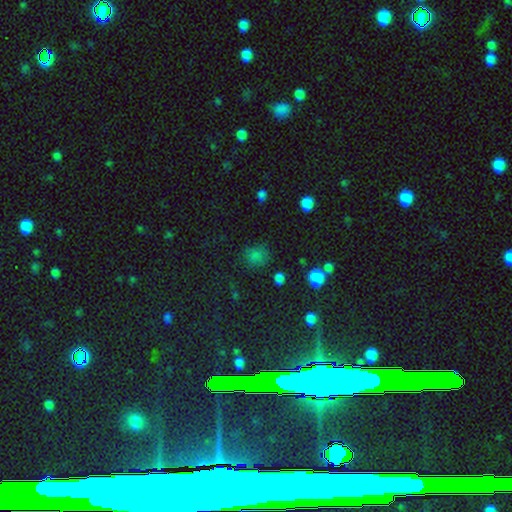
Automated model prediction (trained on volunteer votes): Smooth or featured? Predicted: smooth (p=0.71). How rounded? Predicted: round (p=0.72). Merging? Predicted: none (p=0.69).